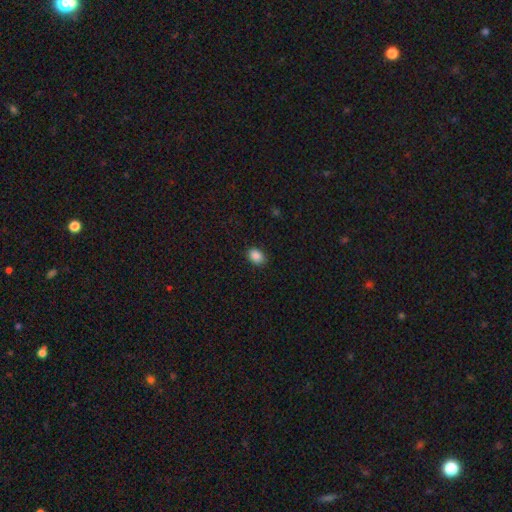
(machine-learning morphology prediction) Smooth or featured: smooth — 88% (star or artifact — 9%)
How rounded: in between — 70% (round — 29%)
Merging: none — 88% (minor disturbance — 9%)